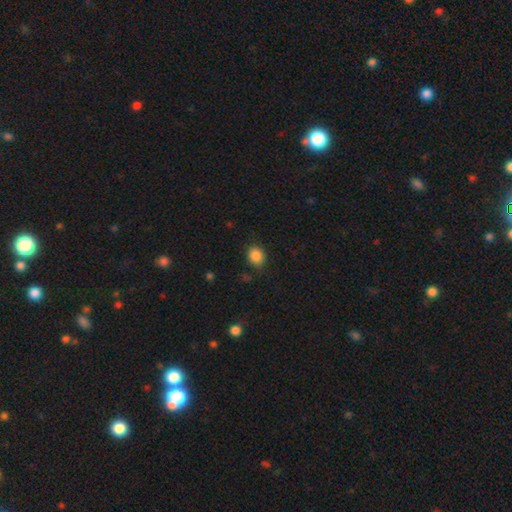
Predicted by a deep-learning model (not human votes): Smooth or featured? smooth (86%)
How rounded? round (65%)
Merging? none (84%)